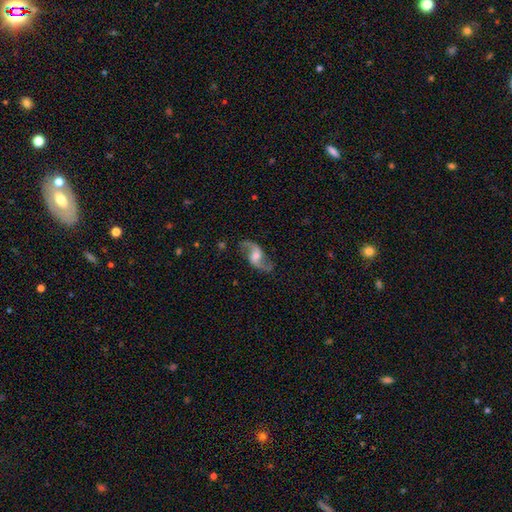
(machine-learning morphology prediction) A featured or disk galaxy (84%) with a weak bar (47%), 2 (93%) loose (78%) spiral arms (95%) and a moderate central bulge (49%).

Vote fractions:
- Smooth or featured? featured or disk: 84% / smooth: 10% / star or artifact: 6%
- Edge-on disk? no: 96% / yes: 4%
- Bar? weak: 47% / no: 37% / strong: 16%
- Spiral arms? yes: 95% / no: 5%
- Spiral winding? loose: 78% / medium: 19% / tight: 4%
- Spiral arm count? 2: 93% / 1: 2% / can't tell: 2% / 3: 1% / 4: 1% / more than 4: 1%
- Bulge size? moderate: 49% / small: 25% / large: 16% / none: 8% / dominant: 2%
- Merging? none: 78% / minor disturbance: 14% / major disturbance: 7% / merger: 2%